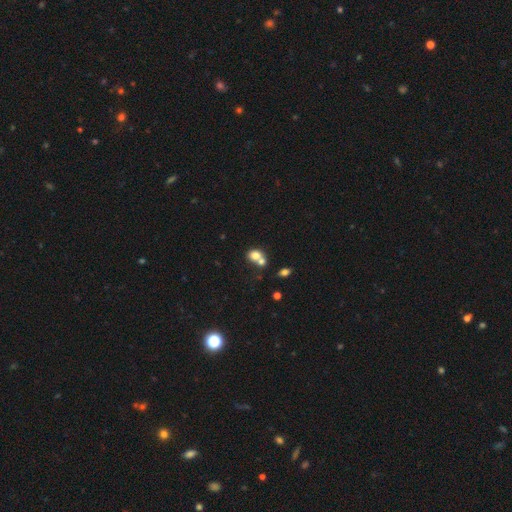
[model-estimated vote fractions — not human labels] smooth-or-featured: smooth: 75% | featured or disk: 13% | star or artifact: 12%
  how-rounded: round: 58% | in between: 41% | cigar-shaped: 1%
  merging: merger: 53% | none: 35% | minor disturbance: 8% | major disturbance: 4%